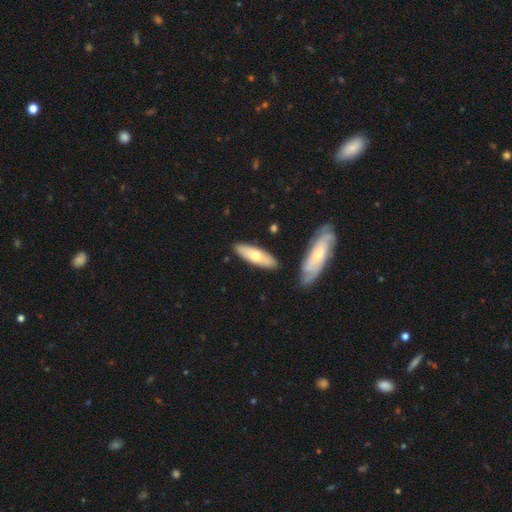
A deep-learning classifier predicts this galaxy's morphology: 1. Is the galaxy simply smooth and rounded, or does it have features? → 59% smooth, 36% featured or disk, 5% star or artifact.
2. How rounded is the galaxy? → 49% in between (tied), 49% cigar-shaped (tied), 2% round.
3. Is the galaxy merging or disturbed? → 82% none, 11% minor disturbance, 5% merger, 2% major disturbance.